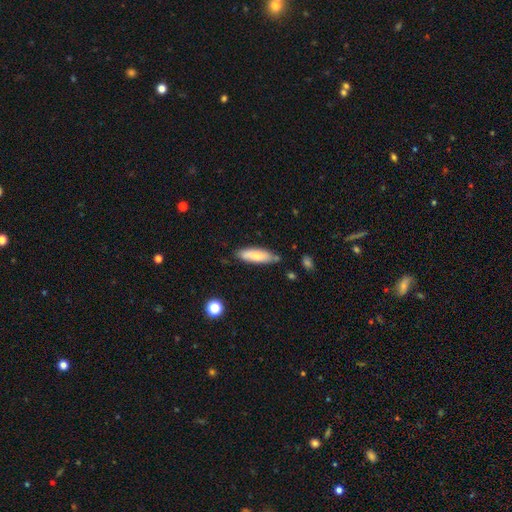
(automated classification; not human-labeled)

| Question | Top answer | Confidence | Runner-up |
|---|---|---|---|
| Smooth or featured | smooth | 75% | featured or disk (19%) |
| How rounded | cigar-shaped | 51% | in between (47%) |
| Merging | none | 76% | minor disturbance (18%) |